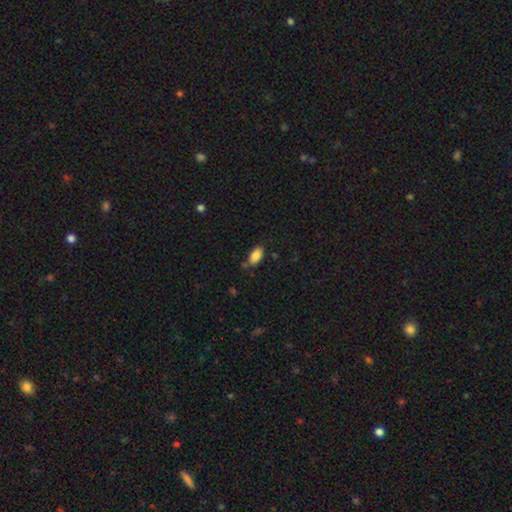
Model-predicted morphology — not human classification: Smooth or featured? Predicted: smooth (p=0.87). How rounded? Predicted: in between (p=0.93). Merging? Predicted: none (p=0.71).